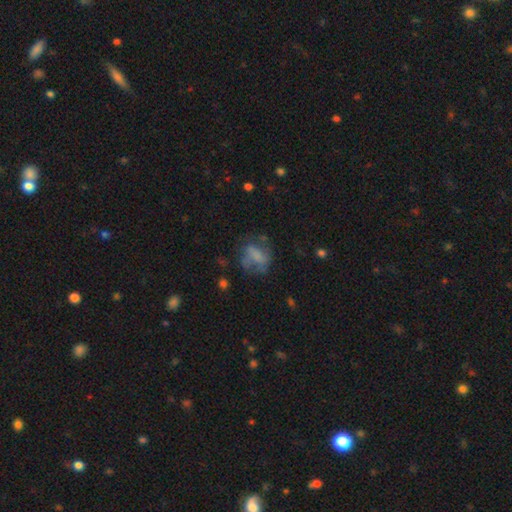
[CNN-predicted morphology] Smooth or featured? Predicted: smooth (p=0.54). How rounded? Predicted: in between (p=0.61). Merging? Predicted: none (p=0.41).